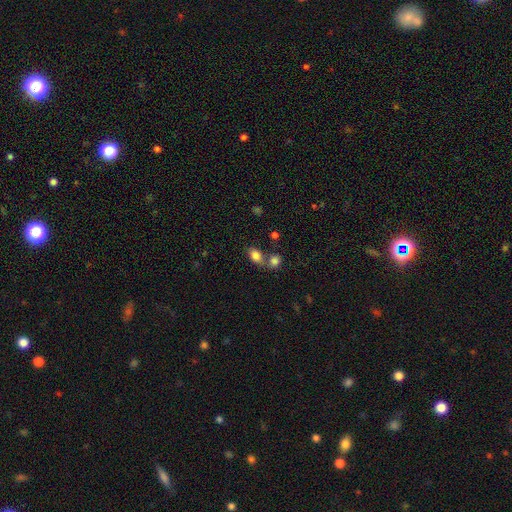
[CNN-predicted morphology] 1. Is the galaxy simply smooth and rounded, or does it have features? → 82% smooth, 10% star or artifact, 8% featured or disk.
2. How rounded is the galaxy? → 80% in between, 18% round, 2% cigar-shaped.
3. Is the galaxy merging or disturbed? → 44% none, 41% merger, 10% minor disturbance, 4% major disturbance.